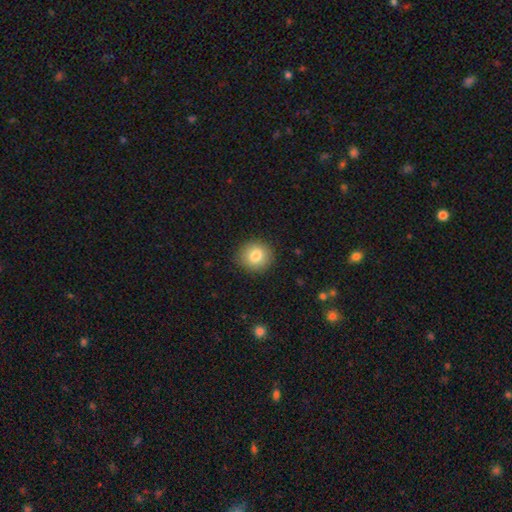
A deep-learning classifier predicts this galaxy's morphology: smooth-or-featured: smooth: 83% | star or artifact: 9% | featured or disk: 8%
  how-rounded: round: 89% | in between: 10% | cigar-shaped: 1%
  merging: none: 89% | minor disturbance: 8% | major disturbance: 2% | merger: 1%